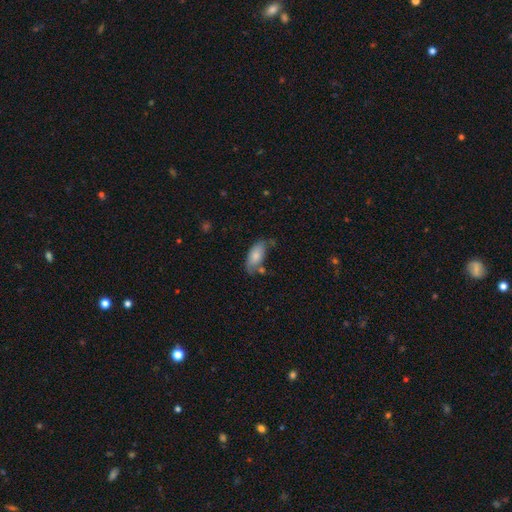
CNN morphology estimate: The model was most divided on "merging": none: 55%, minor disturbance: 27%, merger: 10%, major disturbance: 8%. More confident: how rounded — in between (88%); smooth or featured — smooth (77%).